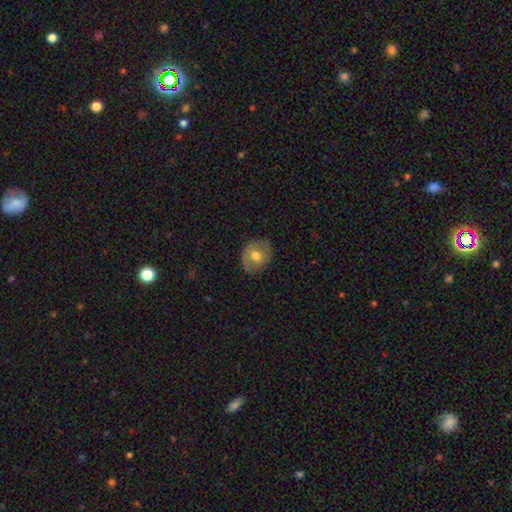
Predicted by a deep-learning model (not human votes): Smooth or featured? smooth (64%)
How rounded? round (66%)
Merging? none (81%)